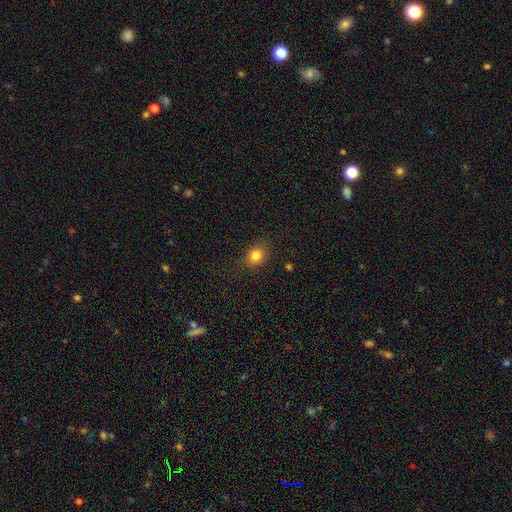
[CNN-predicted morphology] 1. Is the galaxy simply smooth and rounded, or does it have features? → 83% smooth, 11% star or artifact, 6% featured or disk.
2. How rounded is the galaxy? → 62% round, 37% in between, 1% cigar-shaped.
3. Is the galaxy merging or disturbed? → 82% none, 13% minor disturbance, 4% major disturbance, 1% merger.